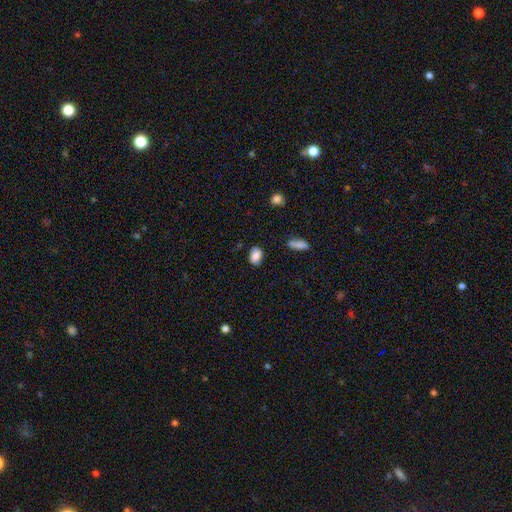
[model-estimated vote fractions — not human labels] Q: Smooth or featured?
A: smooth (83%); runner-up: star or artifact (9%)
Q: How rounded?
A: in between (78%); runner-up: round (21%)
Q: Merging?
A: none (76%); runner-up: minor disturbance (18%)